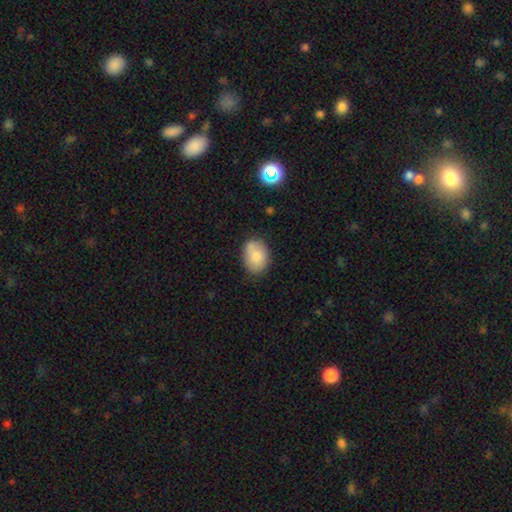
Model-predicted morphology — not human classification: Overall: smooth (79%). How rounded: in between (71%). Merging: none (69%).